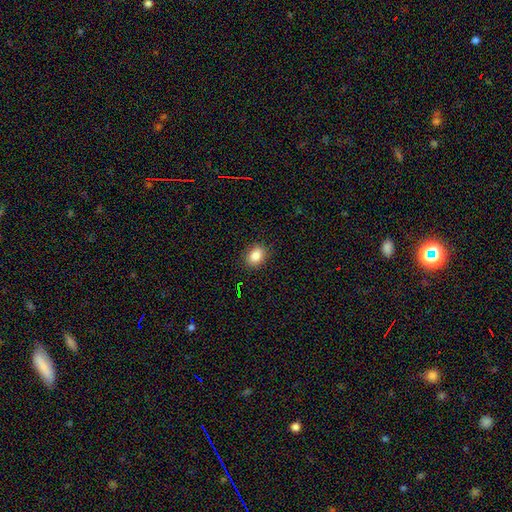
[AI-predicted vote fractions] Q: Smooth or featured?
A: smooth (85%); runner-up: star or artifact (9%)
Q: How rounded?
A: in between (63%); runner-up: round (35%)
Q: Merging?
A: none (89%); runner-up: minor disturbance (8%)